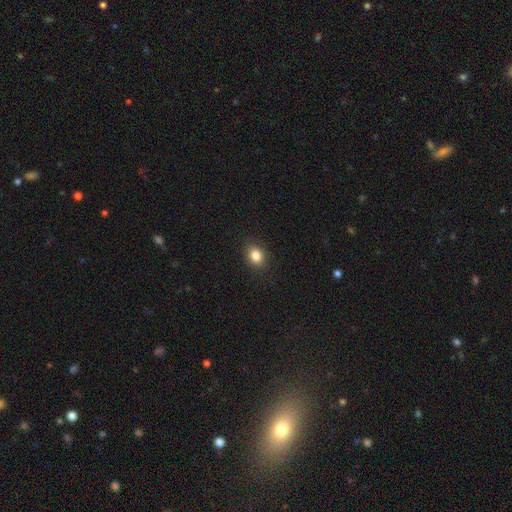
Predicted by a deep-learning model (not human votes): smooth 84%, star or artifact 10%, featured or disk 6%. Down the decision tree: how rounded — in between (50%); merging — none (89%).